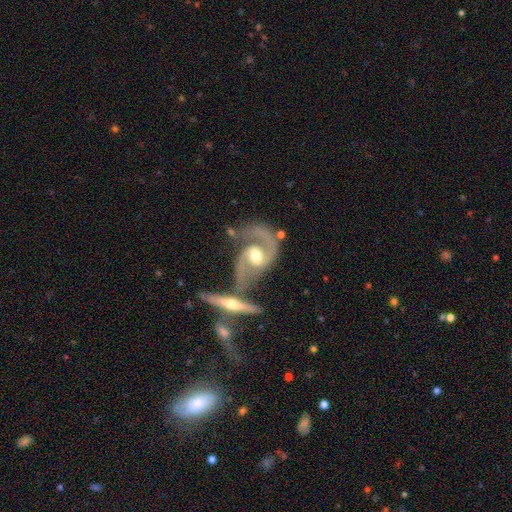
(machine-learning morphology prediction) smooth_or_featured: featured or disk (p=0.91) [alt: smooth p=0.05]
disk_edge_on: no (p=0.95) [alt: yes p=0.05]
bar: weak (p=0.44) [alt: no p=0.39]
has_spiral_arms: yes (p=0.97) [alt: no p=0.03]
spiral_winding: medium (p=0.55) [alt: loose p=0.28]
spiral_arm_count: 2 (p=0.89) [alt: 1 p=0.04]
bulge_size: moderate (p=0.71) [alt: small p=0.15]
merging: merger (p=0.38) [tied with: none p=0.38]